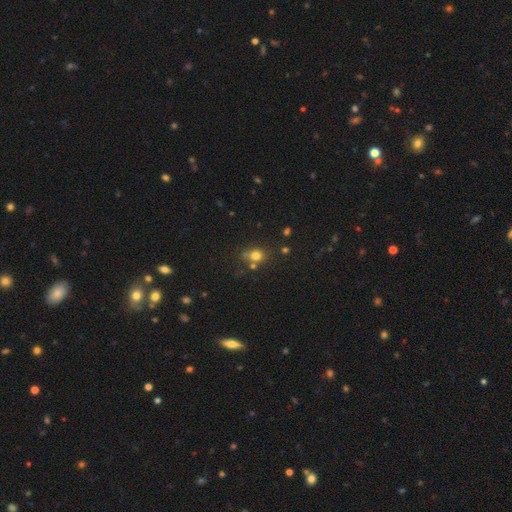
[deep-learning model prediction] smooth_or_featured: smooth (p=0.73) [alt: star or artifact p=0.17]
how_rounded: round (p=0.67) [alt: in between p=0.31]
merging: none (p=0.61) [alt: merger p=0.18]